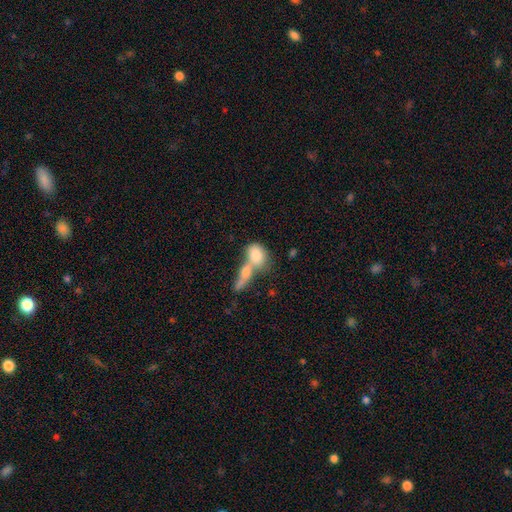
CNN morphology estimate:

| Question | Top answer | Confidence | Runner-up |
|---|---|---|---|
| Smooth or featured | smooth | 77% | featured or disk (16%) |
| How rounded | in between | 67% | round (26%) |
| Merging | merger | 63% | none (24%) |